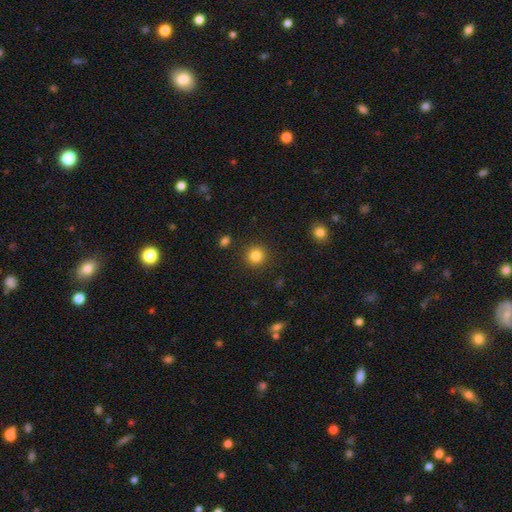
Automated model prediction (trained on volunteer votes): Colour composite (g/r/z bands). It shows a smooth galaxy with no disk features (83%) that is round (93%). Merging: none (90%).